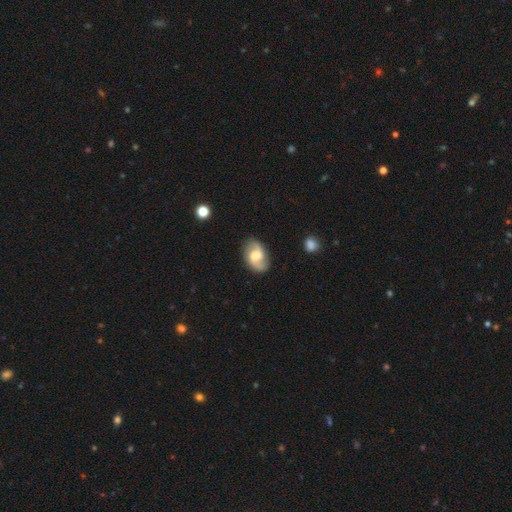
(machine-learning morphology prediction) A featured or disk galaxy (69%) with a weak bar (47%), 2 (90%) loose (44%) spiral arms (92%) and a moderate central bulge (62%). Merging: none (82%).